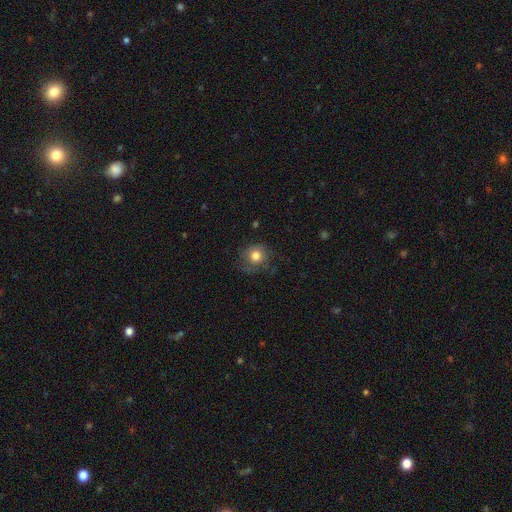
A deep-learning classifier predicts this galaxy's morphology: This is likely a smooth galaxy (71%). How rounded: clearly round (84%). Merging: likely none (66%).